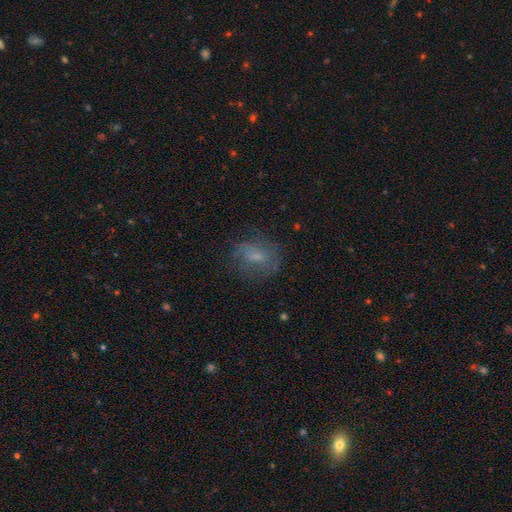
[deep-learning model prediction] Overall: smooth (46%; featured or disk 41%). Merging: none (62%).